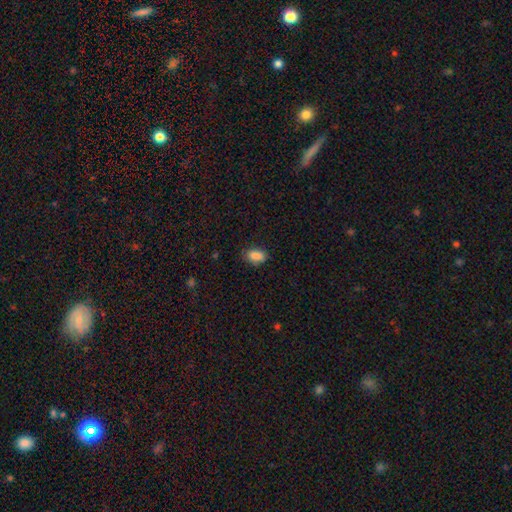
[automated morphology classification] Overall: smooth (87%). How rounded: in between (89%). Merging: none (80%).